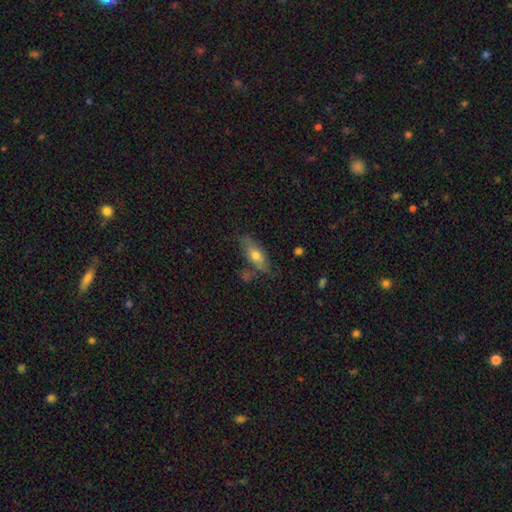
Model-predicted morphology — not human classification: Smooth or featured?
  - smooth: 62% *
  - featured or disk: 31%
  - star or artifact: 7%
How rounded?
  - in between: 71% *
  - cigar-shaped: 25%
  - round: 4%
Merging?
  - none: 67% *
  - minor disturbance: 21%
  - merger: 6%
  - major disturbance: 6%